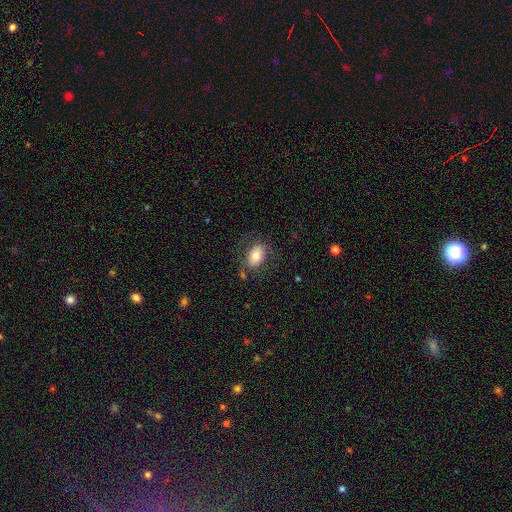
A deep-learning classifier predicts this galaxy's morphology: Overall: smooth (72%). How rounded: in between (82%). Merging: none (71%).